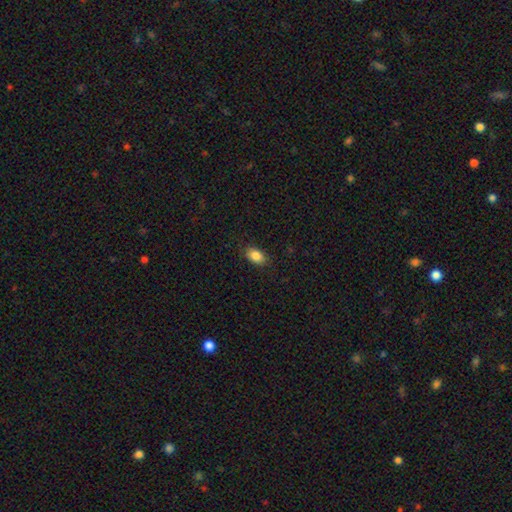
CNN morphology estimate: smooth_or_featured: smooth (p=0.86) [alt: star or artifact p=0.08]
how_rounded: in between (p=0.88) [alt: round p=0.10]
merging: none (p=0.85) [alt: minor disturbance p=0.11]